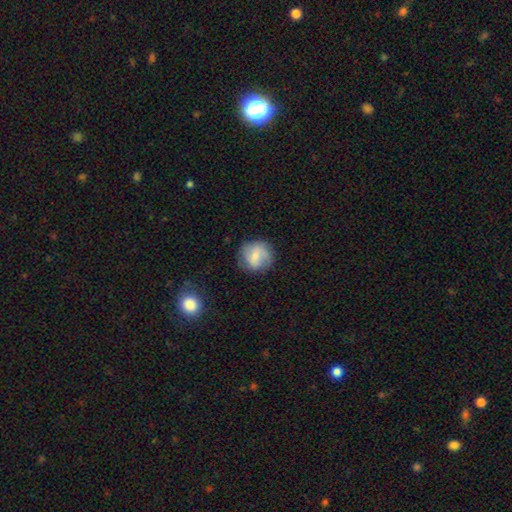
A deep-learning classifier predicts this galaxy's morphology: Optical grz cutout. It shows a smooth galaxy with no disk features (66%) that is round (87%). Merging: none (73%).